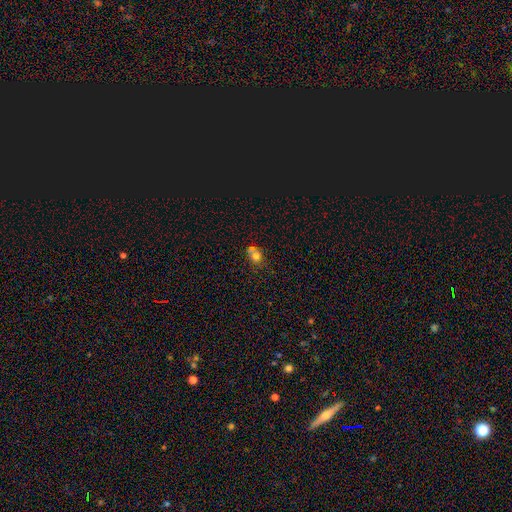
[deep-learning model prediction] A smooth galaxy with no disk features (72%) that is round (67%).

Vote fractions:
- Smooth or featured? smooth: 72% / star or artifact: 14% / featured or disk: 14%
- How rounded? round: 67% / in between: 32% / cigar-shaped: 1%
- Merging? none: 43% / merger: 32% / minor disturbance: 17% / major disturbance: 8%